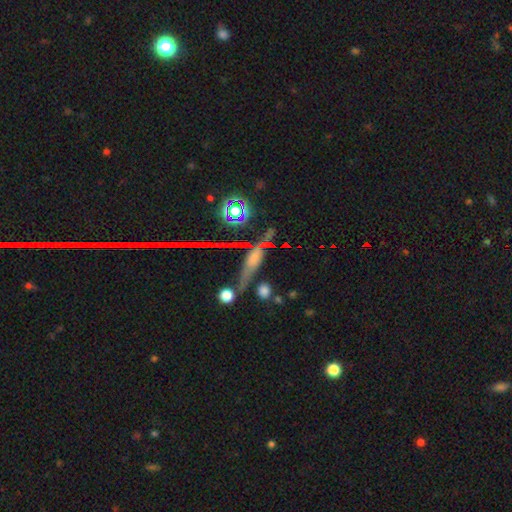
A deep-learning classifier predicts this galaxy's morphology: Smooth or featured? Predicted: featured or disk (p=0.48). Merging? Predicted: none (p=0.66).